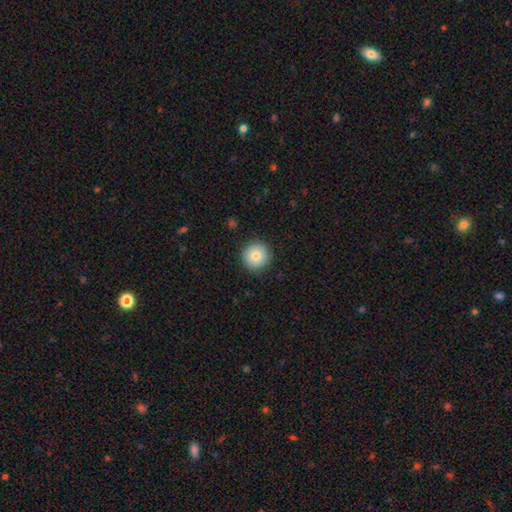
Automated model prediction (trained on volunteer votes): The model was most divided on "smooth or featured": smooth: 81%, featured or disk: 10%, star or artifact: 9%. More confident: how rounded — round (96%); merging — none (90%).